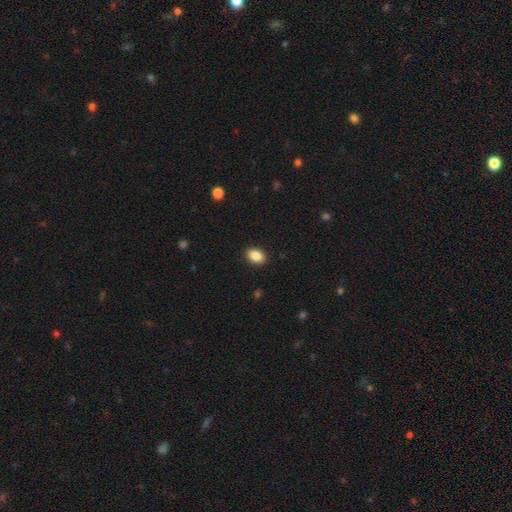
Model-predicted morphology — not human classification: smooth-or-featured: smooth: 88% | star or artifact: 8% | featured or disk: 4%
  how-rounded: in between: 84% | round: 15% | cigar-shaped: 1%
  merging: none: 91% | minor disturbance: 7% | major disturbance: 2% | merger: 1%